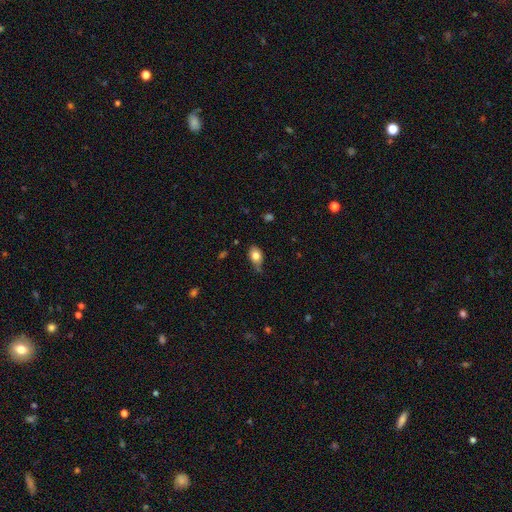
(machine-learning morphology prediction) type=smooth (79%); roundness=in between (82%); merging=none (57%).